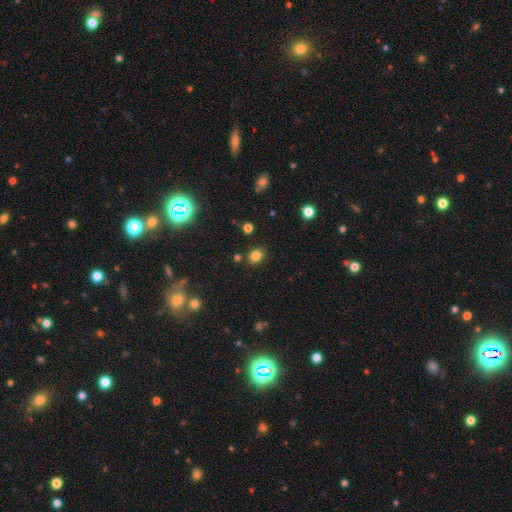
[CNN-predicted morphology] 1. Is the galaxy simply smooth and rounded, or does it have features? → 81% smooth, 14% star or artifact, 5% featured or disk.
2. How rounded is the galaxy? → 62% round, 37% in between, 1% cigar-shaped.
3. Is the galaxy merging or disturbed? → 85% none, 9% minor disturbance, 4% merger, 3% major disturbance.